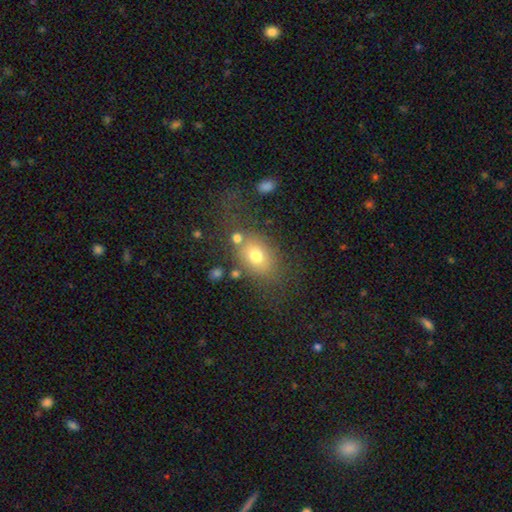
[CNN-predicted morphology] This is likely a smooth galaxy (72%). How rounded: likely in between (70%). Merging: possibly none (58%).